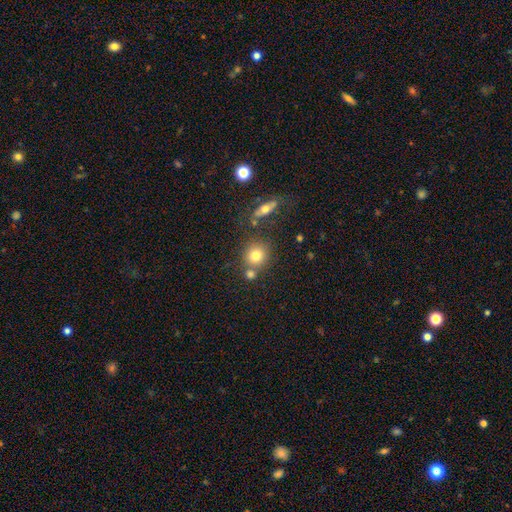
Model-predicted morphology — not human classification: Smooth or featured? smooth (78%)
How rounded? round (84%)
Merging? none (65%)